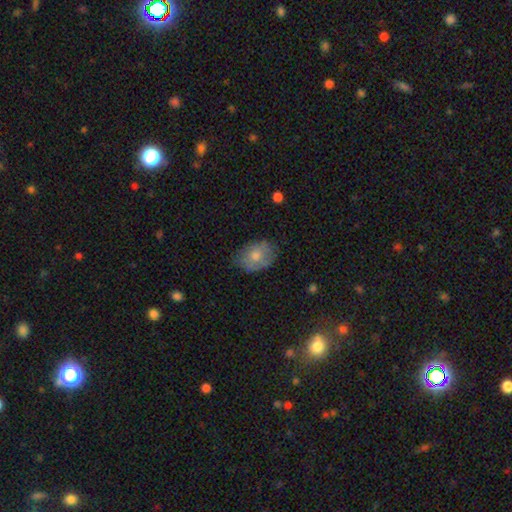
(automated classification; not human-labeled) This is likely a smooth galaxy (64%). How rounded: likely in between (75%). Merging: likely none (73%).